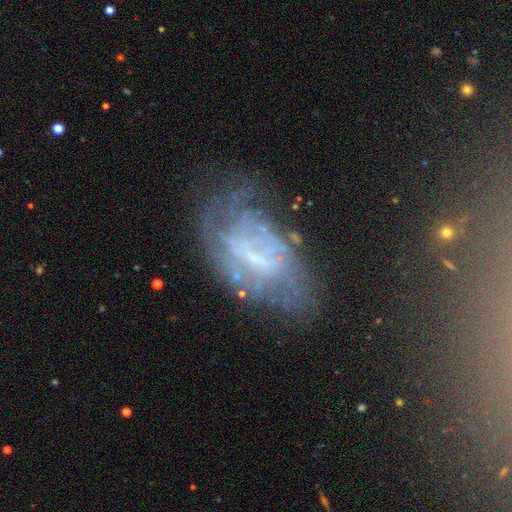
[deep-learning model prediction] smooth-or-featured: featured or disk: 68% | smooth: 20% | star or artifact: 12%
  disk-edge-on: no: 94% | yes: 6%
    bar: weak: 44% | no: 36% | strong: 20%
    has-spiral-arms: yes: 59% | no: 41%
    bulge-size: small: 37% | none: 35% | moderate: 23% | large: 3% | dominant: 1%
  merging: none: 43% | major disturbance: 28% | minor disturbance: 25% | merger: 5%